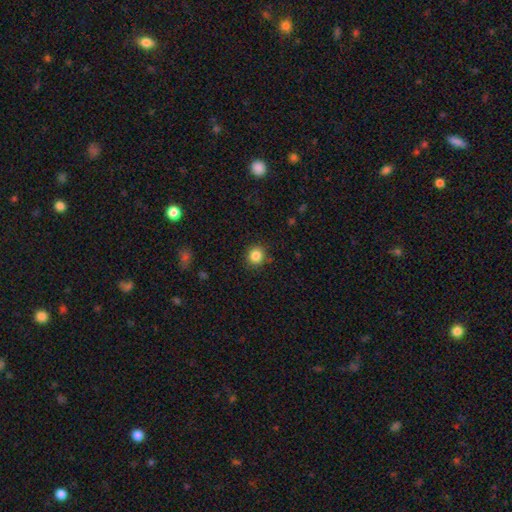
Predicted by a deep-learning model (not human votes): smooth 85%, star or artifact 11%, featured or disk 5%. Down the decision tree: how rounded — round (89%); merging — none (87%).